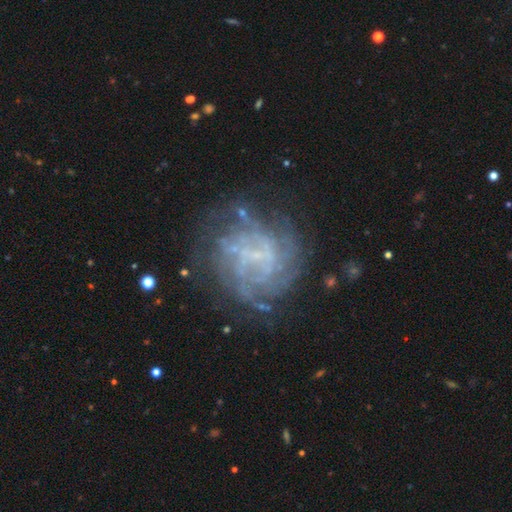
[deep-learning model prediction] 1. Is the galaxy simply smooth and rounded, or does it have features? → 77% featured or disk, 12% smooth, 11% star or artifact.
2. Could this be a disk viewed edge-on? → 98% no, 2% yes.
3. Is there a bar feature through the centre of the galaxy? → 54% no, 36% weak, 10% strong.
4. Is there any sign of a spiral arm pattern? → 75% yes, 25% no.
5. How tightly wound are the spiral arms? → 52% tight, 32% medium, 16% loose.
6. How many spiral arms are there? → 49% can't tell, 13% 3, 13% 4, 10% 2, 8% more than 4, 6% 1.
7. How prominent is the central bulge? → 49% none, 41% small, 7% moderate, 1% large, 1% dominant.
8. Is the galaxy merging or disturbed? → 66% none, 16% minor disturbance, 15% major disturbance, 3% merger.